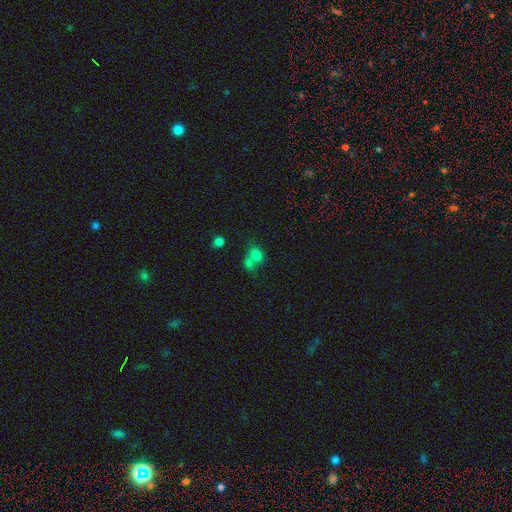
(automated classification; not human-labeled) Smooth or featured? smooth (75%)
How rounded? in between (59%)
Merging? merger (57%)